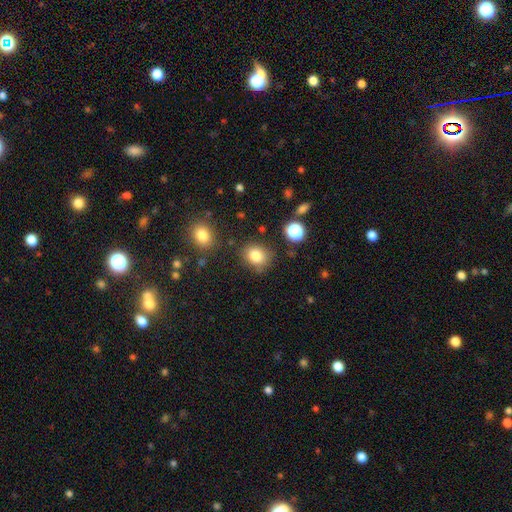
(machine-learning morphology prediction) The model was most divided on "how rounded": round: 68%, in between: 31%, cigar-shaped: 1%. More confident: smooth or featured — smooth (81%); merging — none (79%).